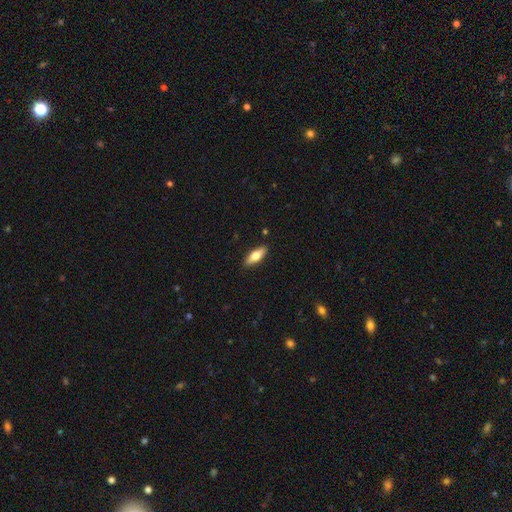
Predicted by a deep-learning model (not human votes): Overall: smooth (64%; featured or disk 31%). How rounded: in between (61%; cigar-shaped 37%). Merging: none (89%).